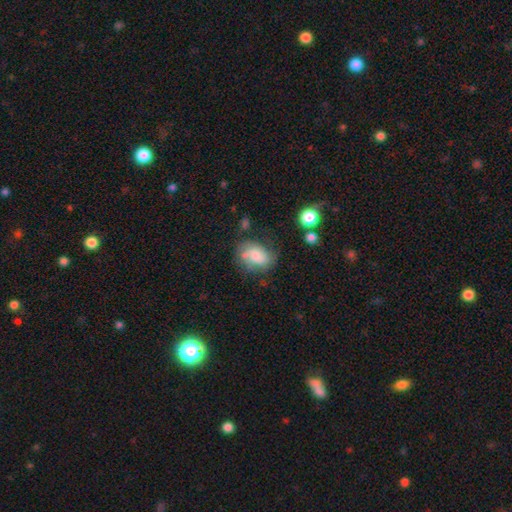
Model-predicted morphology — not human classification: This is possibly a smooth galaxy (53%). How rounded: likely in between (73%). Merging: possibly none (49%).